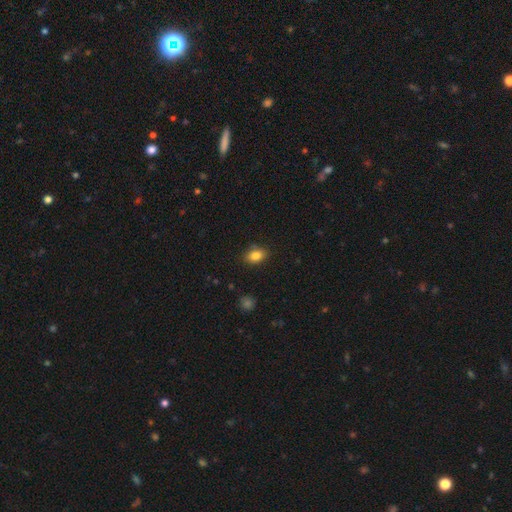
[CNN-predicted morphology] Smooth or featured: smooth — 84% (star or artifact — 9%)
How rounded: in between — 80% (round — 19%)
Merging: none — 83% (minor disturbance — 13%)